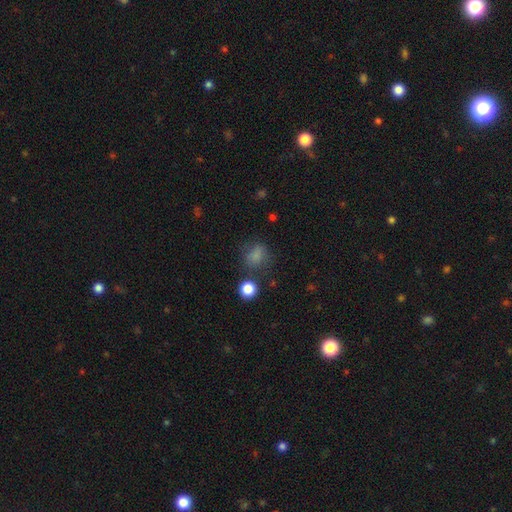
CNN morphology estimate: The model was most divided on "how rounded": round: 58%, in between: 41%, cigar-shaped: 2%. More confident: smooth or featured — smooth (76%); merging — none (63%).